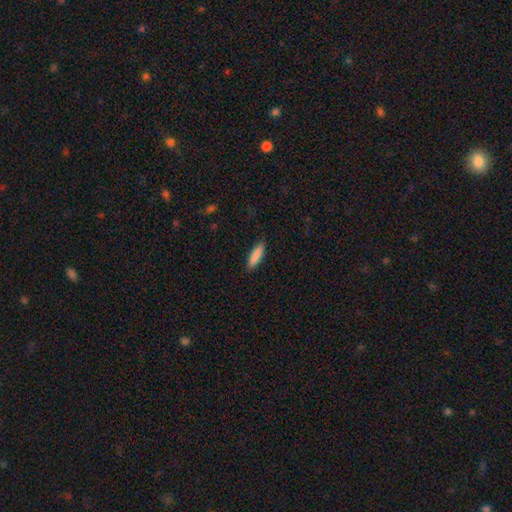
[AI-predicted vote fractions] The model was most divided on "how rounded": cigar-shaped: 68%, in between: 30%, round: 1%. More confident: merging — none (88%); smooth or featured — smooth (87%).